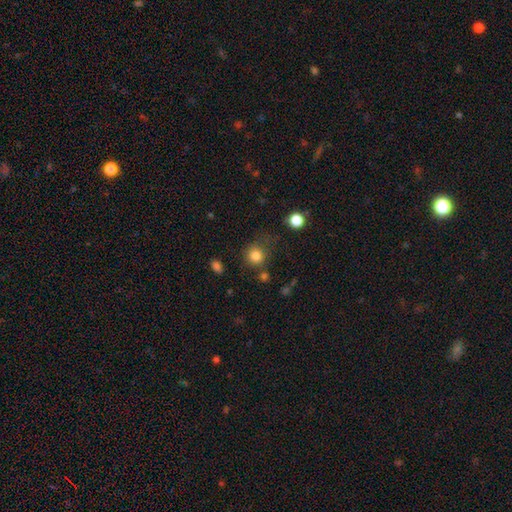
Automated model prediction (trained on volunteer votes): Overall: smooth (82%). How rounded: round (89%). Merging: none (73%).